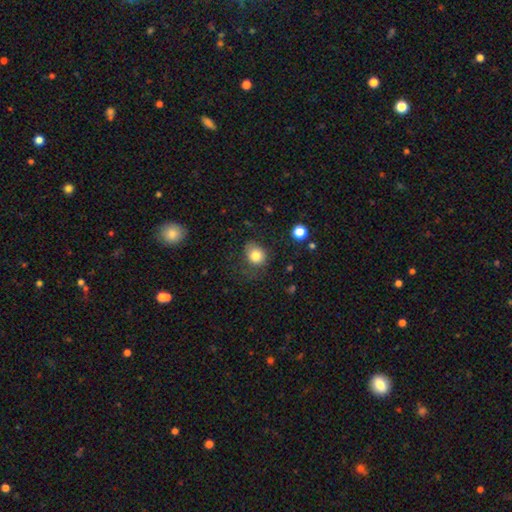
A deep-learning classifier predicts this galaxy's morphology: smooth_or_featured: smooth (p=0.82) [alt: star or artifact p=0.11]
how_rounded: round (p=0.62) [alt: in between p=0.37]
merging: none (p=0.63) [alt: minor disturbance p=0.24]